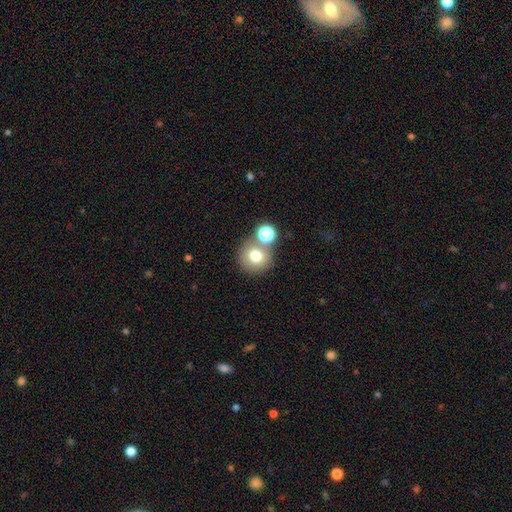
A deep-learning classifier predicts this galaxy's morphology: Q: Smooth or featured?
A: smooth (74%); runner-up: star or artifact (14%)
Q: How rounded?
A: round (89%); runner-up: in between (10%)
Q: Merging?
A: none (64%); runner-up: merger (23%)